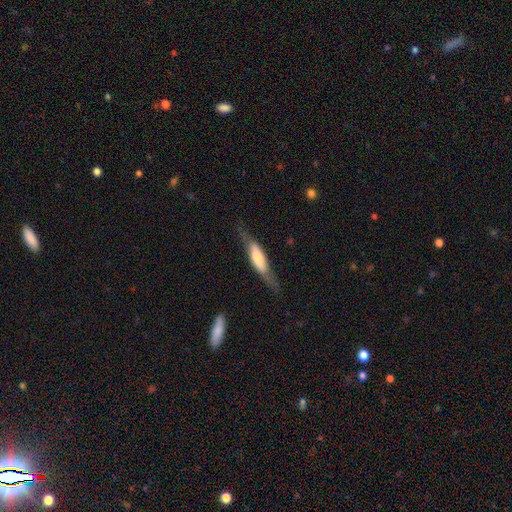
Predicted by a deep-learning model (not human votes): featured or disk 48%, smooth 46%, star or artifact 6%. Down the decision tree: merging — none (68%).